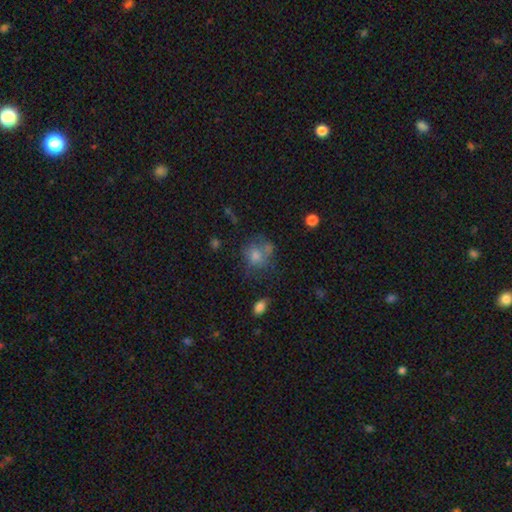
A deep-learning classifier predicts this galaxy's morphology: The model was most divided on "merging": none: 52%, minor disturbance: 20%, merger: 16%, major disturbance: 12%. More confident: how rounded — round (74%); smooth or featured — smooth (68%).